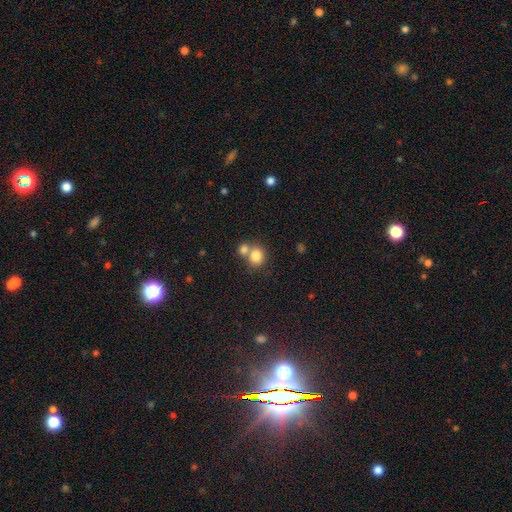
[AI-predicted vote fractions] Smooth or featured?
  - smooth: 81% *
  - star or artifact: 11%
  - featured or disk: 8%
How rounded?
  - round: 74% *
  - in between: 25%
  - cigar-shaped: 1%
Merging?
  - merger: 47% *
  - none: 43%
  - minor disturbance: 7%
  - major disturbance: 3%